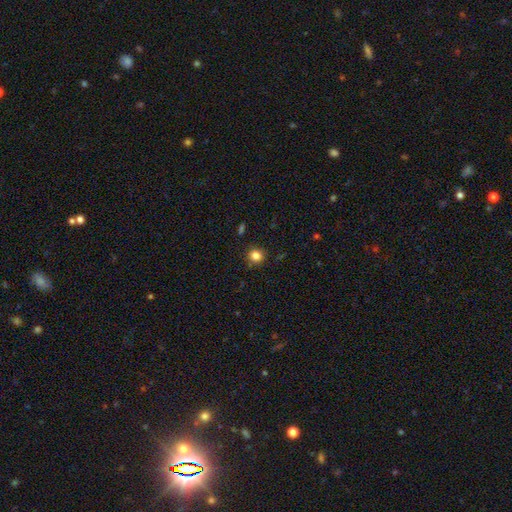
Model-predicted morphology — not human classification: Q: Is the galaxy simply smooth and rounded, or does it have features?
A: smooth — 83%.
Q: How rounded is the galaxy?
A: round — 91%.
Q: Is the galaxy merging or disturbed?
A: none — 89%.